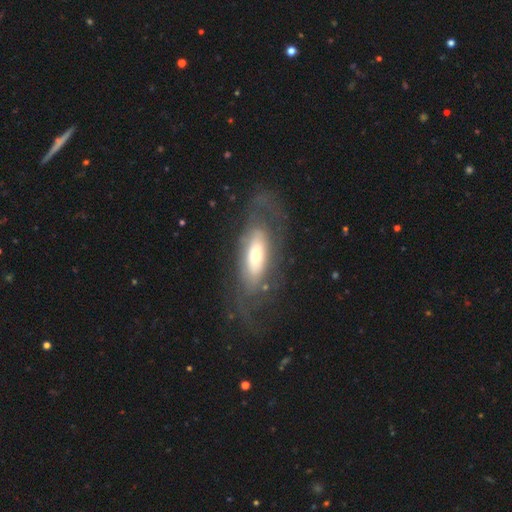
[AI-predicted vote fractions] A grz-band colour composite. It shows a featured or disk galaxy (56%). Merging: none (57%).